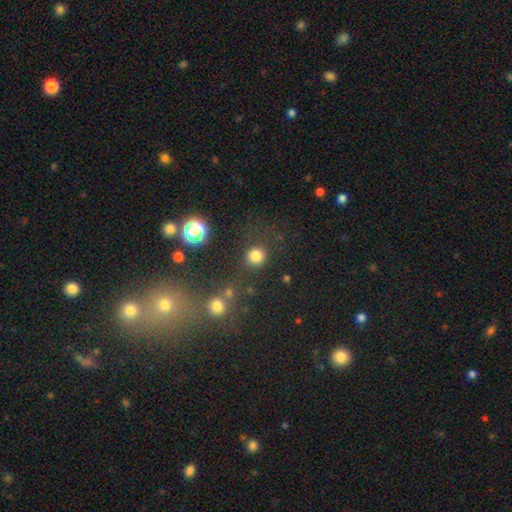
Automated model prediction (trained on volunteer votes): Morphology: type=smooth (80%); roundness=round (87%); merging=none (83%).